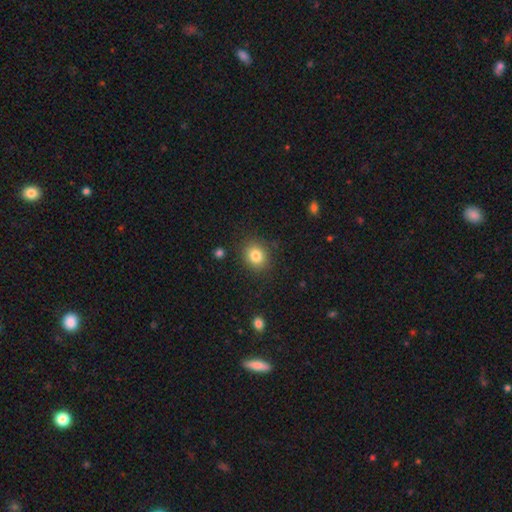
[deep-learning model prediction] The model was most divided on "how rounded": round: 73%, in between: 26%, cigar-shaped: 1%. More confident: merging — none (86%); smooth or featured — smooth (83%).